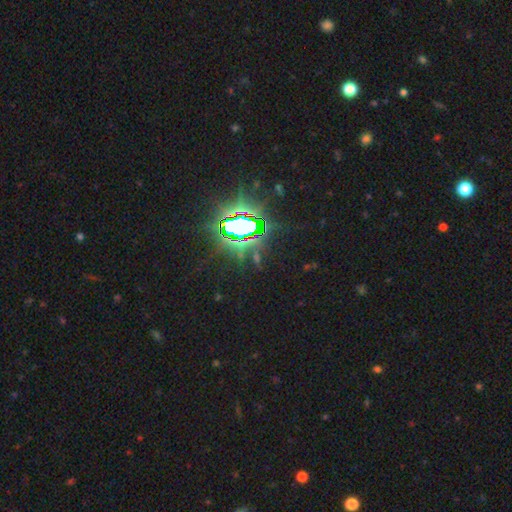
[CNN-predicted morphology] star or artifact 82%, smooth 9%, featured or disk 9%.